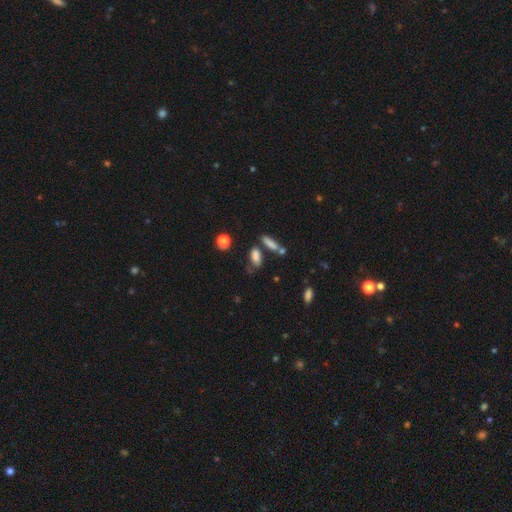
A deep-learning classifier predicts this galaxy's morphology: The model was most divided on "merging": none: 57%, minor disturbance: 19%, merger: 15%, major disturbance: 8%. More confident: smooth or featured — smooth (79%); how rounded — in between (67%).